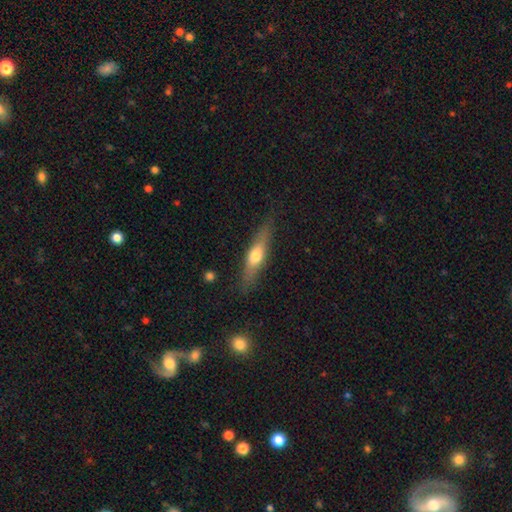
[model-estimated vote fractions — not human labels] A smooth galaxy with no disk features (50%) that is cigar-shaped (72%). Merging: none (82%).